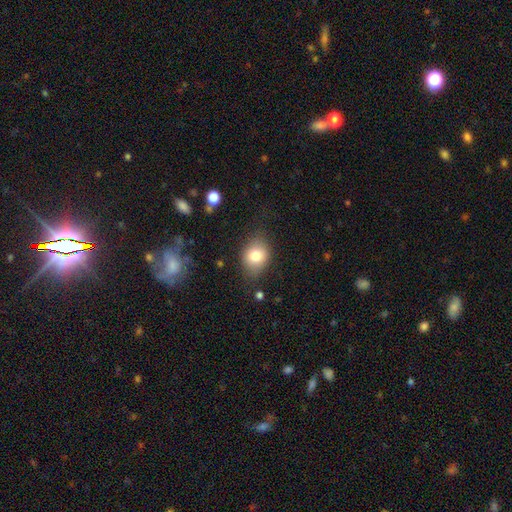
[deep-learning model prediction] smooth_or_featured: smooth (p=0.78) [alt: featured or disk p=0.12]
how_rounded: in between (p=0.52) [alt: round p=0.47]
merging: none (p=0.75) [alt: minor disturbance p=0.18]